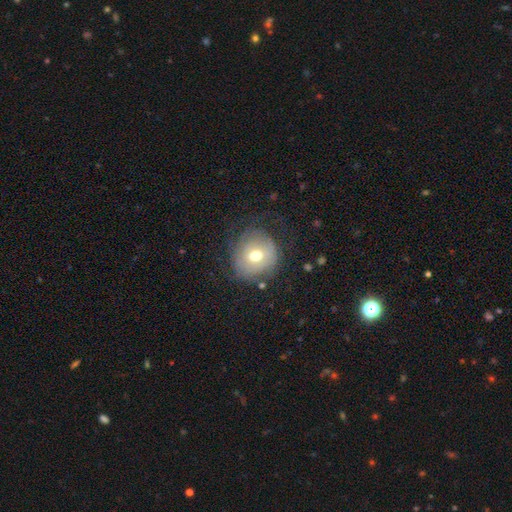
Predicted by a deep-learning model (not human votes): Smooth or featured? smooth (55%)
How rounded? round (78%)
Merging? none (61%)